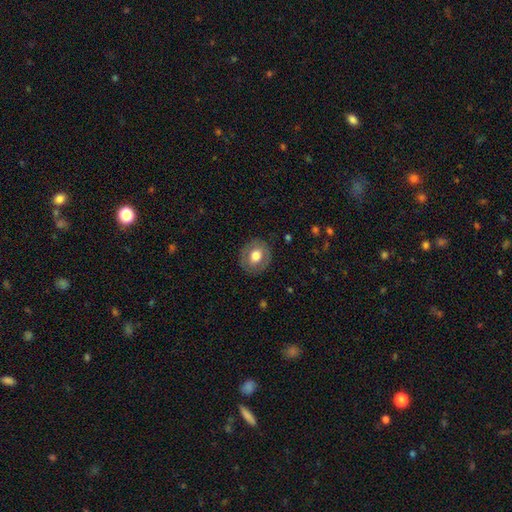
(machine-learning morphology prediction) type=smooth (66%); roundness=round (70%); merging=none (86%).